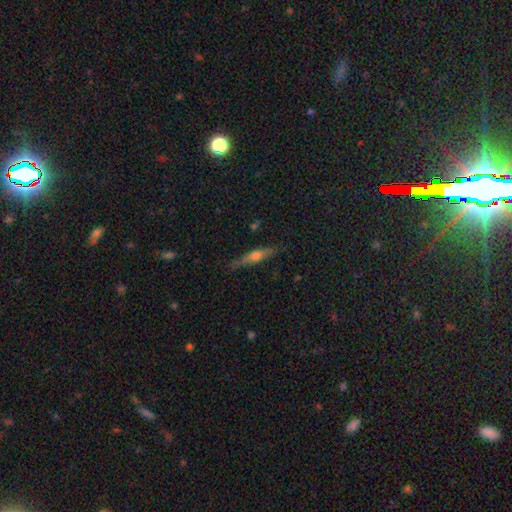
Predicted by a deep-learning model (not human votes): featured or disk 56%, smooth 37%, star or artifact 7%. Down the decision tree: edge-on disk — yes (94%); edge-on bulge — rounded (87%); merging — none (80%).